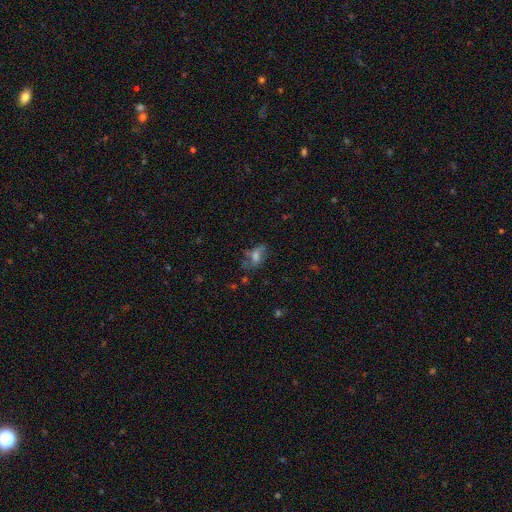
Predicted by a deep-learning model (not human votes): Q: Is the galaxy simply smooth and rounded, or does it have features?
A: smooth — 45%.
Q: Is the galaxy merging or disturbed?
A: none — 48%.